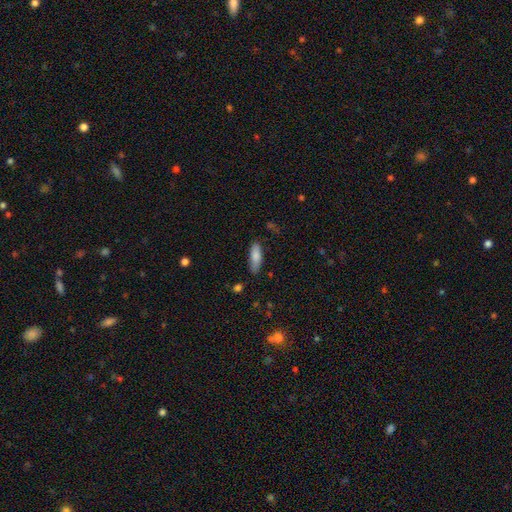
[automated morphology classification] Smooth or featured: smooth — 82% (featured or disk — 12%)
How rounded: in between — 60% (cigar-shaped — 39%)
Merging: none — 78% (minor disturbance — 17%)